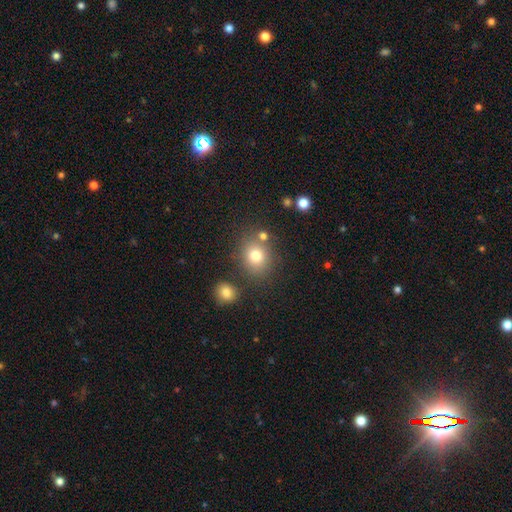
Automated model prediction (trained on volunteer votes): smooth 77%, star or artifact 14%, featured or disk 9%. Down the decision tree: how rounded — round (71%); merging — none (74%).